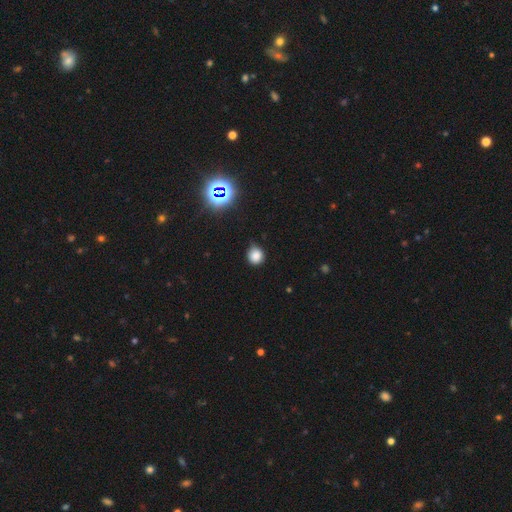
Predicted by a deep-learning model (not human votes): A smooth galaxy with no disk features (79%) that is round (83%). Merging: none (72%).